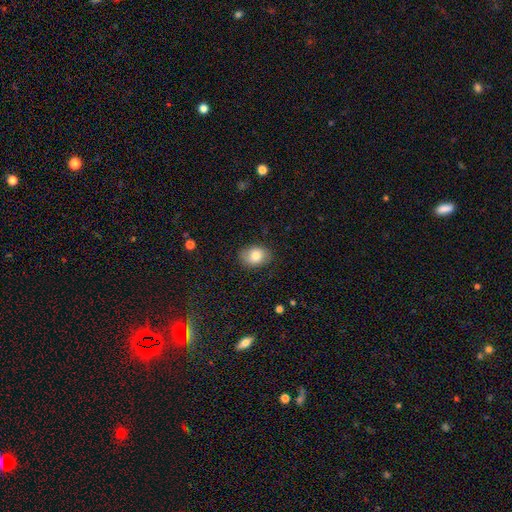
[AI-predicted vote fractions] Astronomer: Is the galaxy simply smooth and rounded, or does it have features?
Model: smooth — 82%.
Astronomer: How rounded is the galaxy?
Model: in between — 70%.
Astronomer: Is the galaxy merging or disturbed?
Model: none — 83%.